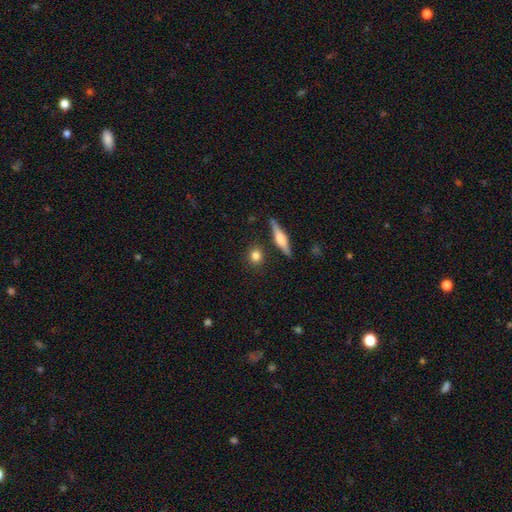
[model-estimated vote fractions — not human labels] smooth-or-featured: smooth: 79% | featured or disk: 12% | star or artifact: 9%
  how-rounded: round: 77% | in between: 17% | cigar-shaped: 6%
  merging: none: 84% | minor disturbance: 9% | merger: 5% | major disturbance: 3%